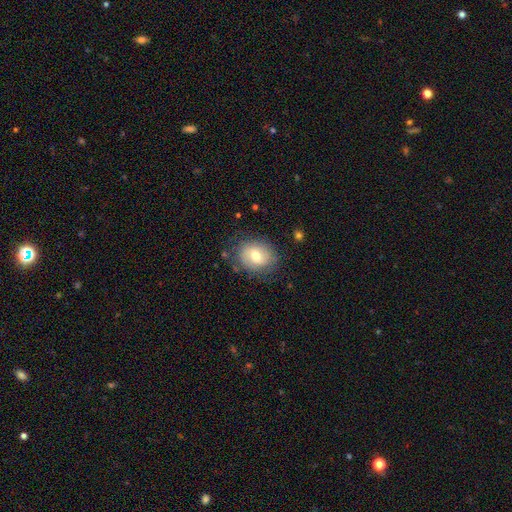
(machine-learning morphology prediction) smooth-or-featured: smooth: 55% | featured or disk: 37% | star or artifact: 8%
  how-rounded: round: 56% | in between: 43% | cigar-shaped: 1%
  merging: none: 77% | minor disturbance: 16% | major disturbance: 6% | merger: 1%